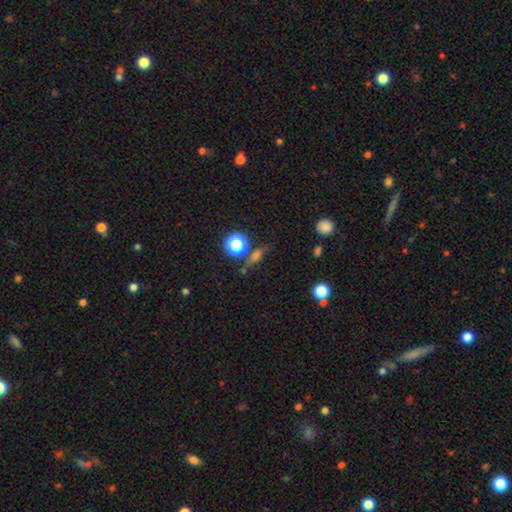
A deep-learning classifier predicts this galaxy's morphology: Smooth or featured: smooth — 48% (featured or disk — 27%)
Merging: none — 73% (minor disturbance — 14%)